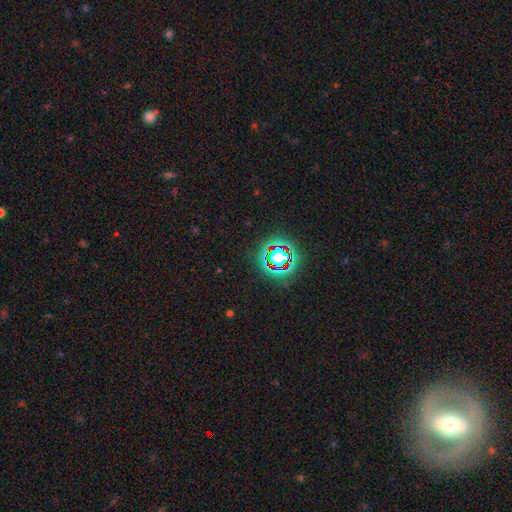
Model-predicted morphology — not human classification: This appears to be a star or artifact, not a galaxy (79%).